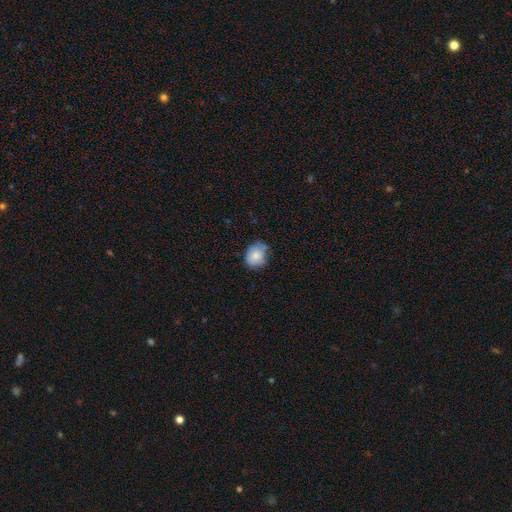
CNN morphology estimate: smooth_or_featured: smooth (p=0.75) [alt: featured or disk p=0.17]
how_rounded: round (p=0.54) [alt: in between p=0.45]
merging: none (p=0.61) [alt: minor disturbance p=0.29]